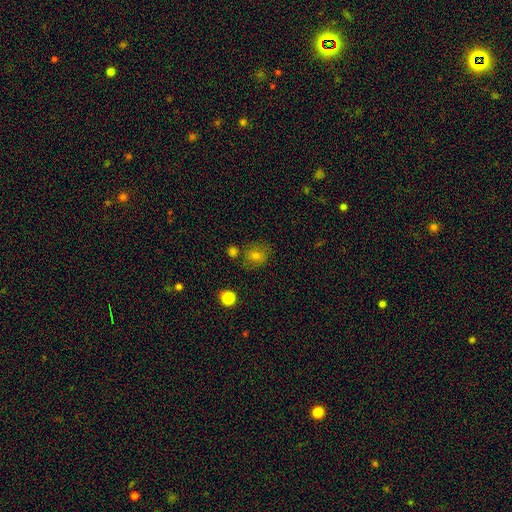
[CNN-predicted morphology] Q: Smooth or featured?
A: smooth (70%); runner-up: star or artifact (17%)
Q: How rounded?
A: round (77%); runner-up: in between (22%)
Q: Merging?
A: none (74%); runner-up: minor disturbance (14%)